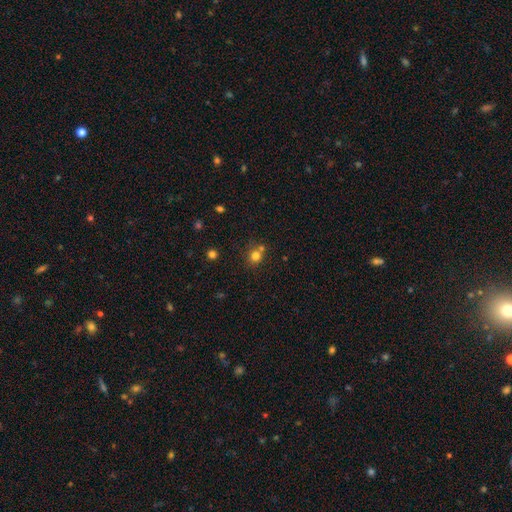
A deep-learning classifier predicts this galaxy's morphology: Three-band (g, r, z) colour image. It shows a smooth galaxy with no disk features (76%) that is round (84%). Merging: none (59%).